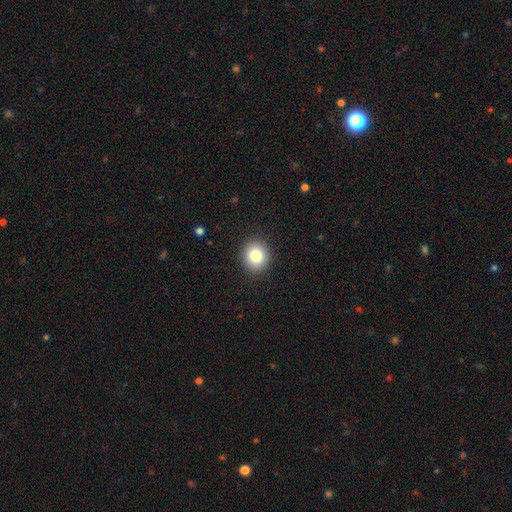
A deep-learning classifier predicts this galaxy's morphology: Smooth or featured?
  - smooth: 81% *
  - star or artifact: 10%
  - featured or disk: 9%
How rounded?
  - round: 81% *
  - in between: 18%
  - cigar-shaped: 1%
Merging?
  - none: 91% *
  - minor disturbance: 6%
  - major disturbance: 2%
  - merger: 1%